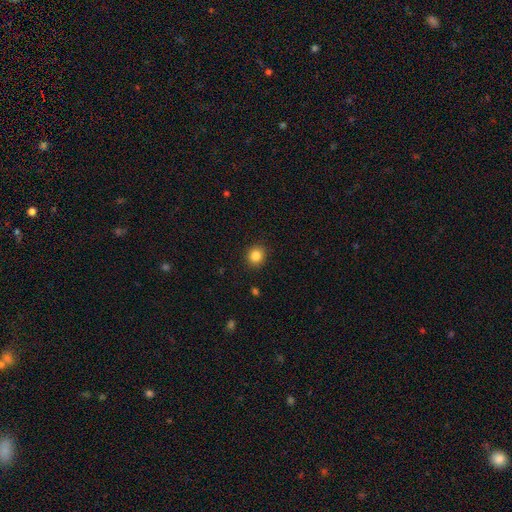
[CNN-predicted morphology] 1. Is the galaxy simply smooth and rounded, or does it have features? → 85% smooth, 11% star or artifact, 5% featured or disk.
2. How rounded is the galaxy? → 83% round, 16% in between, 1% cigar-shaped.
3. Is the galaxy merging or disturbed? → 91% none, 6% minor disturbance, 2% major disturbance, 1% merger.